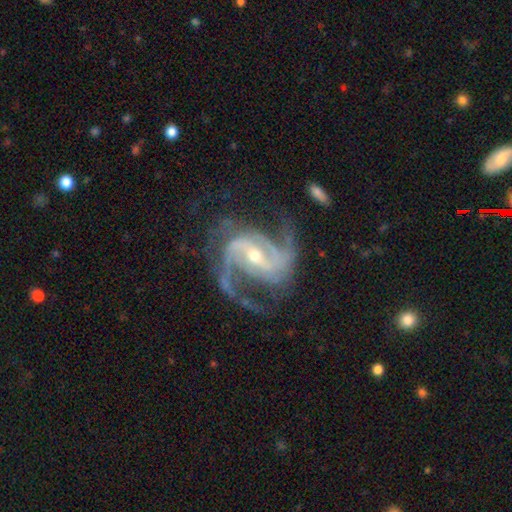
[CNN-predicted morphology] Smooth or featured? featured or disk (93%)
Edge-on disk? no (98%)
Bar? strong (43%)
Spiral arms? yes (98%)
Spiral winding? medium (56%)
Spiral arm count? 2 (64%)
Bulge size? small (50%)
Merging? none (67%)